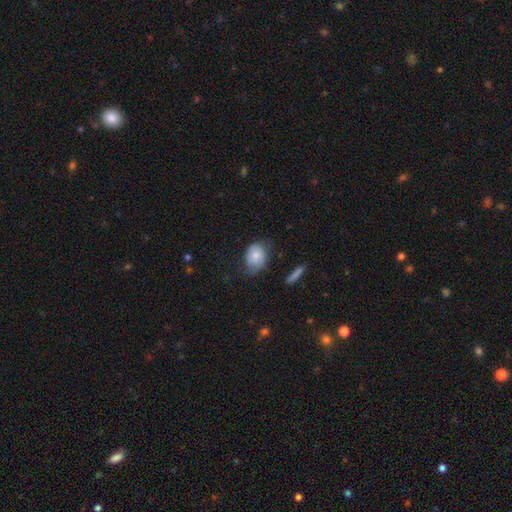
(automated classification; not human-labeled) A smooth galaxy with no disk features (76%) that is in between round and cigar-shaped (67%).

Vote fractions:
- Smooth or featured? smooth: 76% / featured or disk: 17% / star or artifact: 7%
- How rounded? in between: 67% / round: 32% / cigar-shaped: 1%
- Merging? none: 51% / minor disturbance: 35% / major disturbance: 12% / merger: 2%